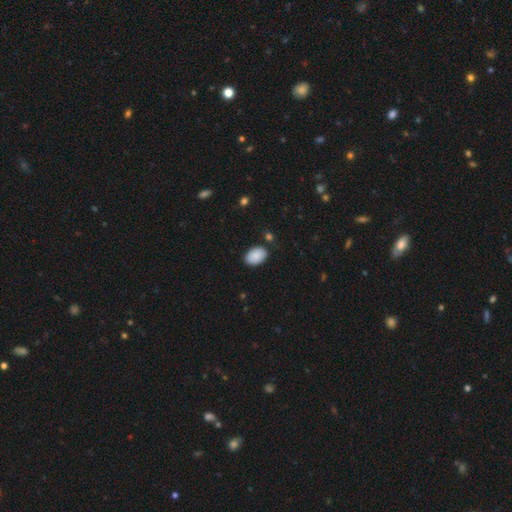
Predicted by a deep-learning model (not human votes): Q: Smooth or featured?
A: smooth (88%); runner-up: star or artifact (7%)
Q: How rounded?
A: in between (90%); runner-up: round (9%)
Q: Merging?
A: none (83%); runner-up: minor disturbance (12%)